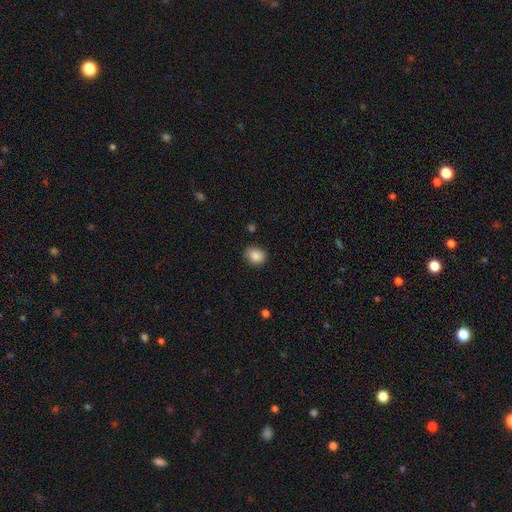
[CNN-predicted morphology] The model was most divided on "how rounded": round: 56%, in between: 43%, cigar-shaped: 1%. More confident: smooth or featured — smooth (87%); merging — none (81%).